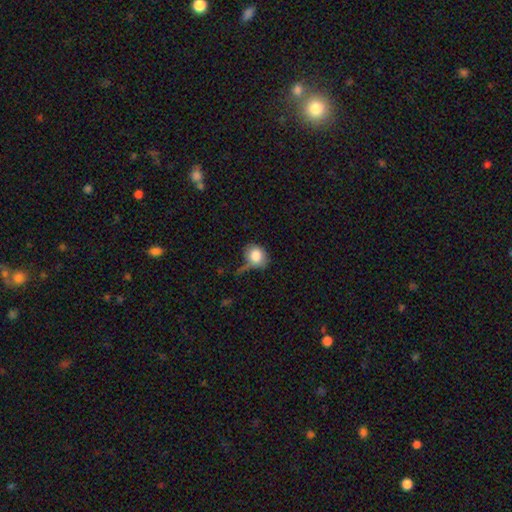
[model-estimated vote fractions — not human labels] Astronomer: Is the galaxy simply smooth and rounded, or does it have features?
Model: smooth — 80%.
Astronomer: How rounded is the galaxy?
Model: round — 62%.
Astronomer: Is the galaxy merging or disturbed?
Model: none — 43% (runner-up: minor disturbance, 30%).